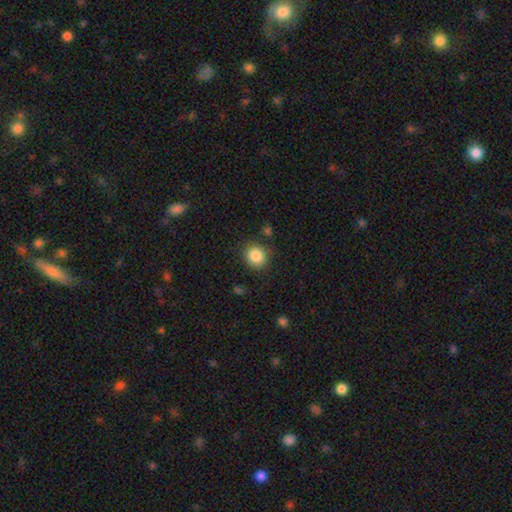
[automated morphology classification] A smooth galaxy with no disk features (86%) that is round (82%).

Vote fractions:
- Smooth or featured? smooth: 86% / star or artifact: 9% / featured or disk: 5%
- How rounded? round: 82% / in between: 17% / cigar-shaped: 1%
- Merging? none: 85% / minor disturbance: 9% / major disturbance: 3% / merger: 2%